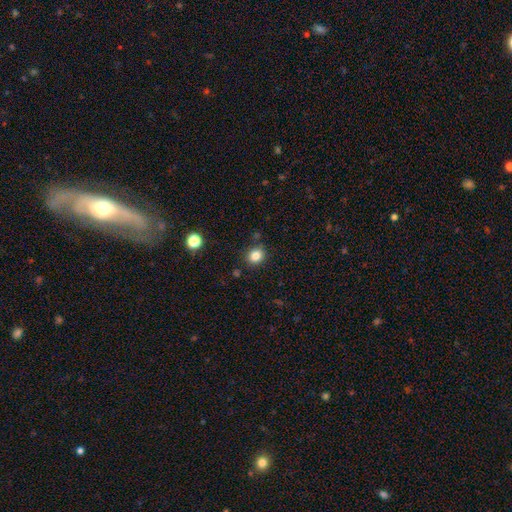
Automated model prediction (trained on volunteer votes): Smooth or featured: smooth — 83% (star or artifact — 12%)
How rounded: round — 75% (in between — 24%)
Merging: none — 86% (minor disturbance — 9%)